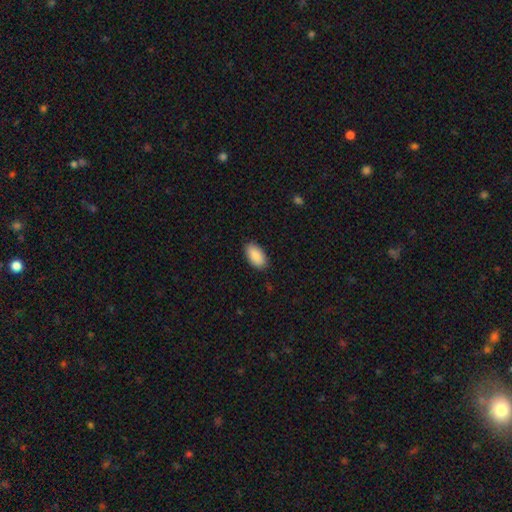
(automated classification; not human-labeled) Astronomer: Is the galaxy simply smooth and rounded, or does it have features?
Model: smooth — 89%.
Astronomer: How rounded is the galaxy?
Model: in between — 95%.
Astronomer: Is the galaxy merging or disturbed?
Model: none — 88%.